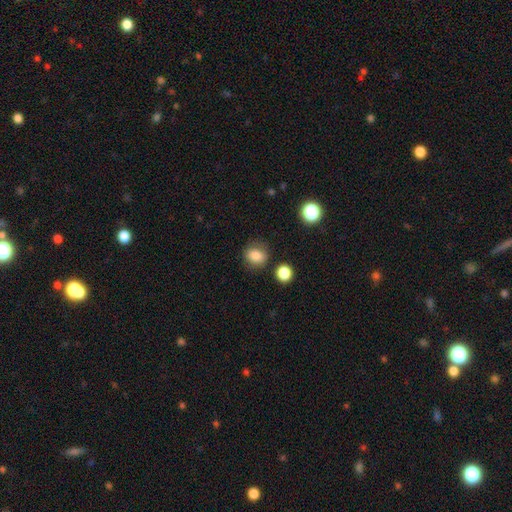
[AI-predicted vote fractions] smooth 83%, star or artifact 10%, featured or disk 6%. Down the decision tree: how rounded — round (58%); merging — none (76%).